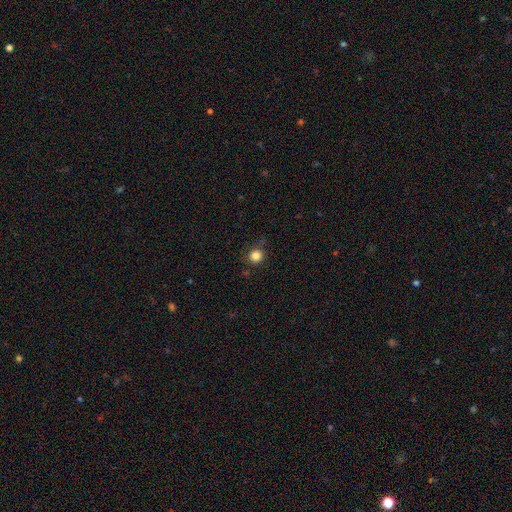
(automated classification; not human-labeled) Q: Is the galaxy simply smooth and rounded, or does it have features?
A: smooth — 84%.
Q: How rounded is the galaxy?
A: round — 92%.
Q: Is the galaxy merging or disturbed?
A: none — 83%.